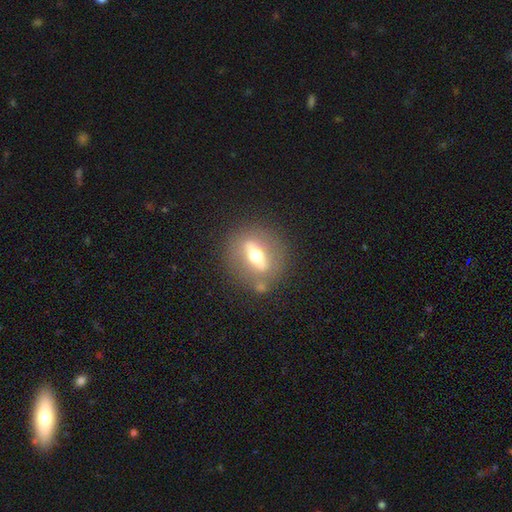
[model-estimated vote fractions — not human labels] Q: Smooth or featured?
A: featured or disk (63%); runner-up: smooth (28%)
Q: Edge-on disk?
A: yes (53%); runner-up: no (47%)
Q: Merging?
A: none (79%); runner-up: minor disturbance (11%)